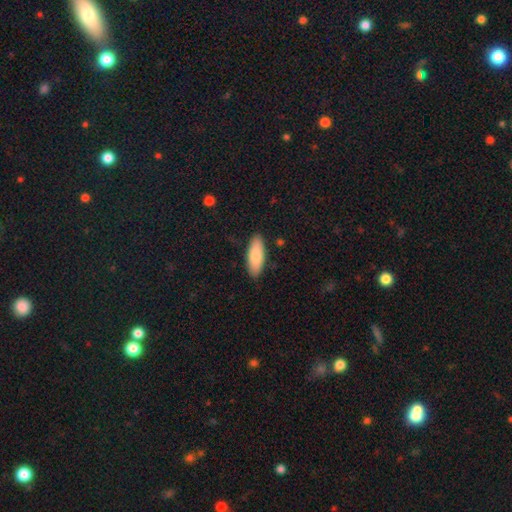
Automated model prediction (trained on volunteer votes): smooth-or-featured: smooth: 84% | featured or disk: 11% | star or artifact: 6%
  how-rounded: in between: 73% | cigar-shaped: 25% | round: 2%
  merging: none: 88% | minor disturbance: 9% | major disturbance: 2% | merger: 1%